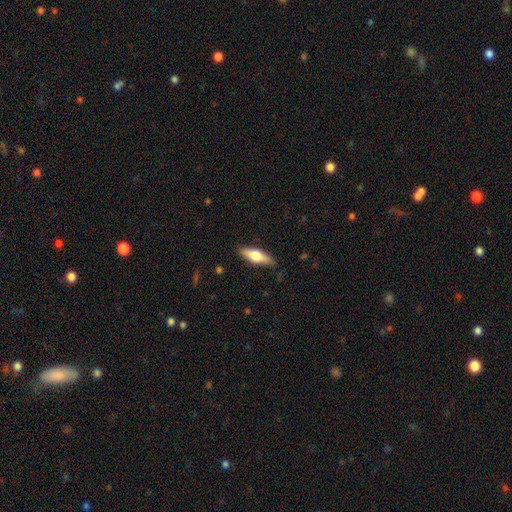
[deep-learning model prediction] Smooth or featured: smooth — 51% (featured or disk — 43%)
How rounded: cigar-shaped — 50% (in between — 48%)
Merging: none — 87% (minor disturbance — 10%)